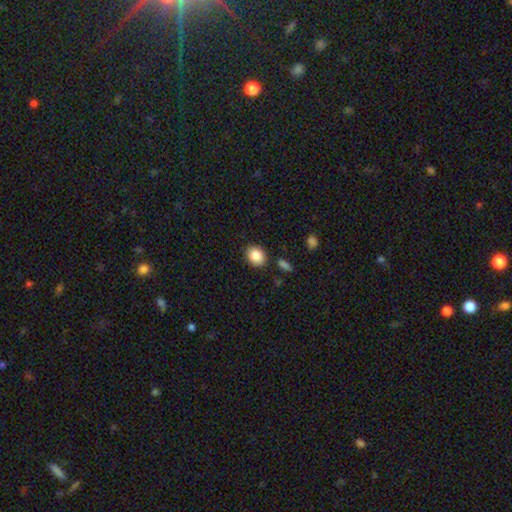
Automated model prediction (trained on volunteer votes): Smooth or featured?
  - smooth: 87% *
  - star or artifact: 8%
  - featured or disk: 5%
How rounded?
  - round: 50% *
  - in between: 49%
  - cigar-shaped: 1%
Merging?
  - none: 86% *
  - minor disturbance: 8%
  - merger: 3%
  - major disturbance: 2%